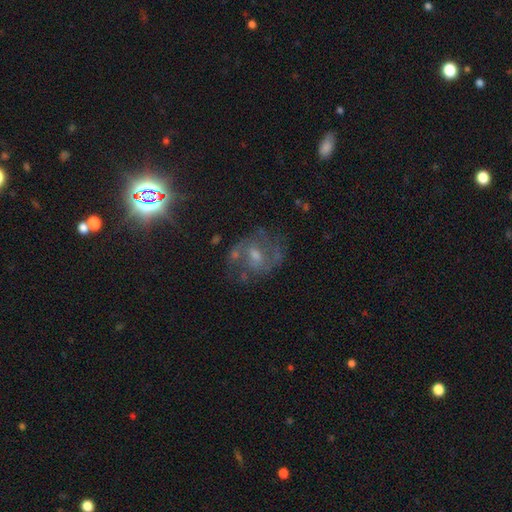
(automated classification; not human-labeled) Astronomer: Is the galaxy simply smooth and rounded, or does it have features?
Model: featured or disk — 67%.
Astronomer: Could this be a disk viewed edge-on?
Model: no — 97%.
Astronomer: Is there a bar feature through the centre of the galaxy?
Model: weak — 45%, tied with no at 45%.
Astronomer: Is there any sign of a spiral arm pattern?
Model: yes — 74%.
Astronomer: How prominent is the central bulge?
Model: moderate — 51% (runner-up: small, 36%).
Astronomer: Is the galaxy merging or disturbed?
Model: none — 58%.